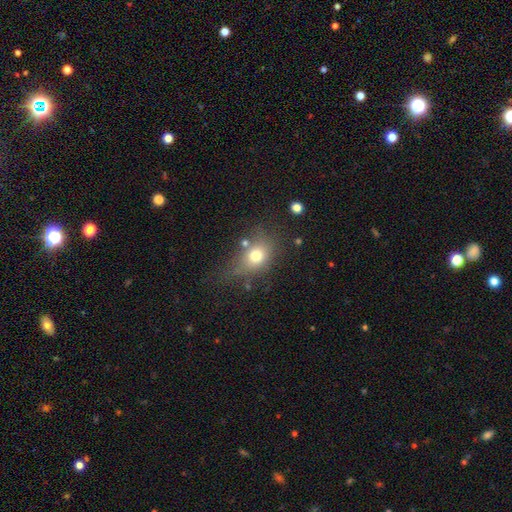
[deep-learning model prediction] smooth 72%, featured or disk 15%, star or artifact 13%. Down the decision tree: how rounded — in between (58%); merging — none (53%).